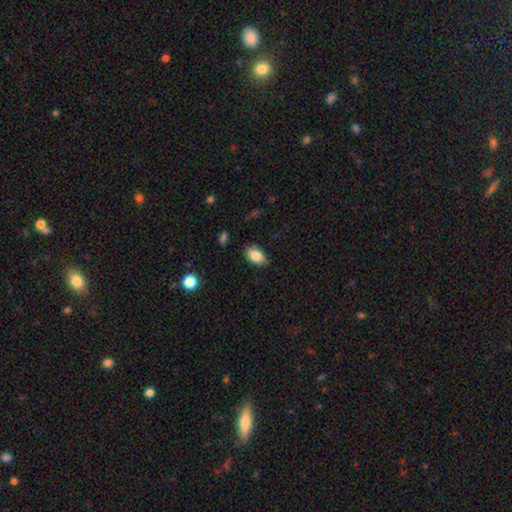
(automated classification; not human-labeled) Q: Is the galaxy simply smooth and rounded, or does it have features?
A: smooth — 85%.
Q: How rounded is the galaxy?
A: in between — 90%.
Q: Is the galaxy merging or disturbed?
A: none — 83%.